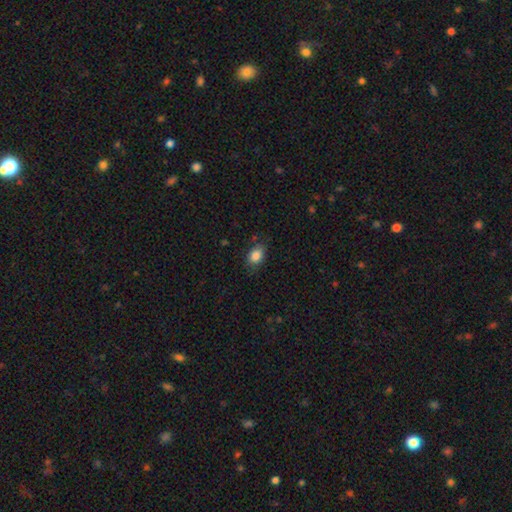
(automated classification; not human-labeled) Morphology: type=smooth (86%); roundness=in between (77%); merging=none (75%).